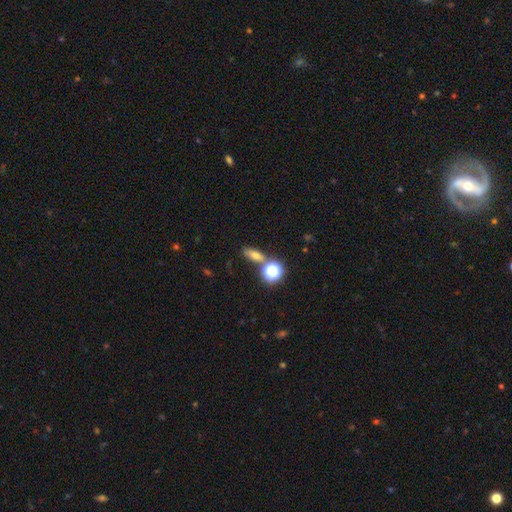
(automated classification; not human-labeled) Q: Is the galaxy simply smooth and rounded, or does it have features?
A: smooth — 62%.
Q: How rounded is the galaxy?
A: in between — 58%.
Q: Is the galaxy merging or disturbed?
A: none — 72%.